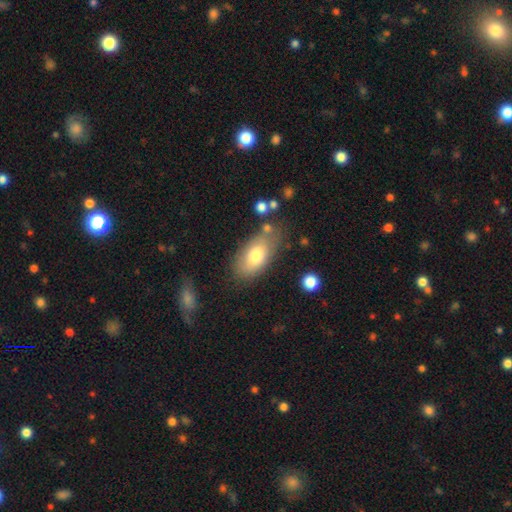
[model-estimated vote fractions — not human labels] This appears to be a smooth galaxy with no disk features (73%) that is in between round and cigar-shaped (90%). Merging: none (67%).